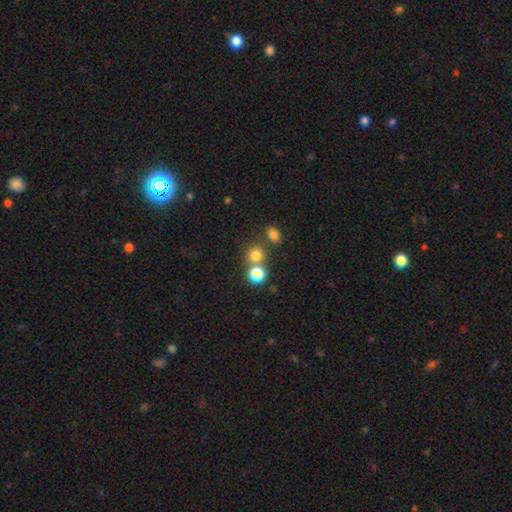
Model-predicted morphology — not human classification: The model was most divided on "merging": none: 63%, merger: 26%, minor disturbance: 7%, major disturbance: 3%. More confident: how rounded — round (87%); smooth or featured — smooth (76%).